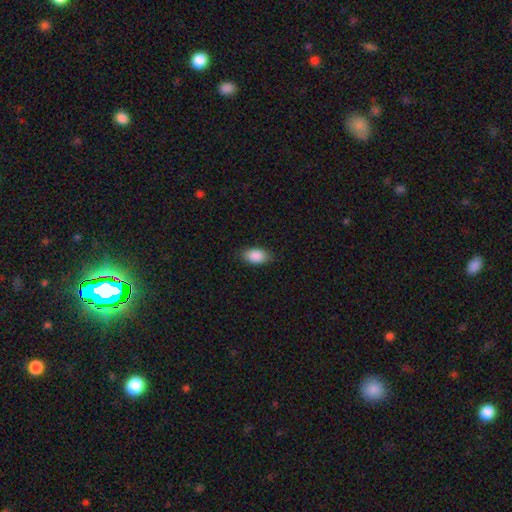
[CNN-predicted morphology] The model was most divided on "merging": none: 85%, minor disturbance: 11%, major disturbance: 3%, merger: 1%. More confident: how rounded — in between (92%); smooth or featured — smooth (89%).